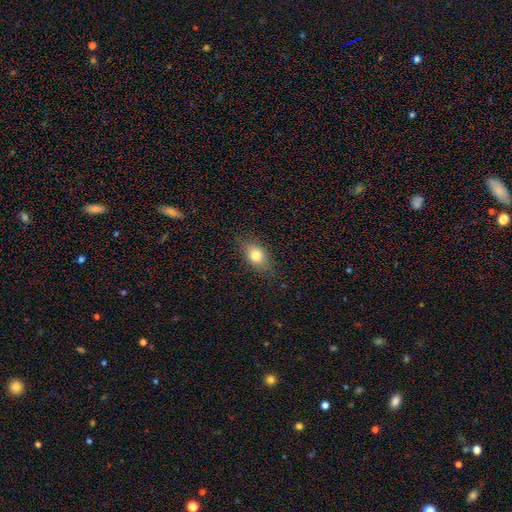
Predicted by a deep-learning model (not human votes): smooth_or_featured: smooth (p=0.76) [alt: featured or disk p=0.14]
how_rounded: in between (p=0.76) [alt: round p=0.19]
merging: none (p=0.82) [alt: minor disturbance p=0.14]